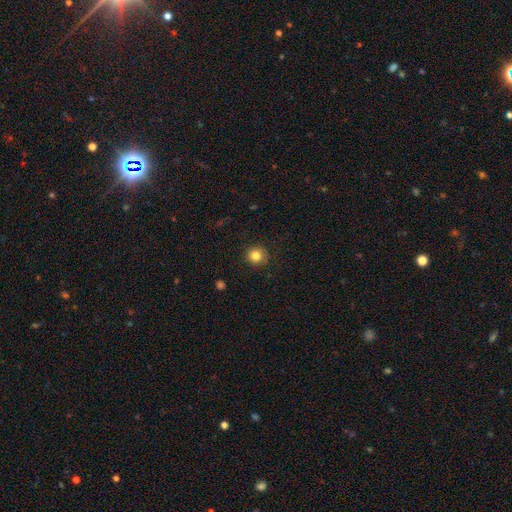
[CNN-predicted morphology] Q: Smooth or featured?
A: smooth (83%); runner-up: star or artifact (12%)
Q: How rounded?
A: round (93%); runner-up: in between (6%)
Q: Merging?
A: none (90%); runner-up: minor disturbance (7%)